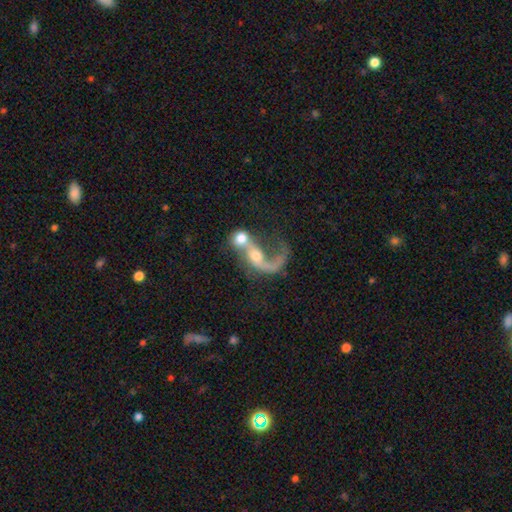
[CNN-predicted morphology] Overall: featured or disk (70%). Edge-on disk: no (95%). Bar: no (65%; weak 26%). Spiral arms: yes (76%). Spiral arm count: 1 (71%). Spiral winding: loose (81%). Bulge size: moderate (49%; small 34%). Merging: merger (59%).